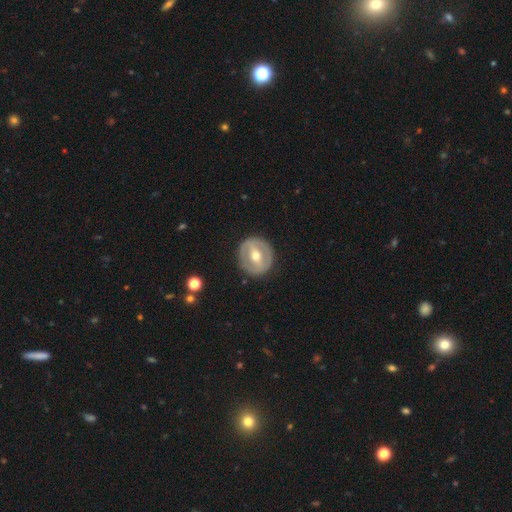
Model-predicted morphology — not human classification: The model was most divided on "bar": weak: 40%, strong: 38%, no: 23%. More confident: edge-on disk — no (94%); merging — none (87%); spiral arms — no (75%); bulge size — moderate (74%); smooth or featured — featured or disk (61%).